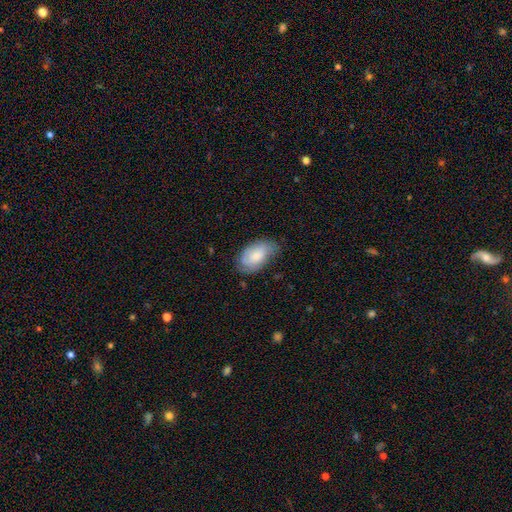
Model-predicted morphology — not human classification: Q: Smooth or featured?
A: smooth (53%); runner-up: featured or disk (40%)
Q: How rounded?
A: in between (91%); runner-up: round (7%)
Q: Merging?
A: none (63%); runner-up: minor disturbance (28%)